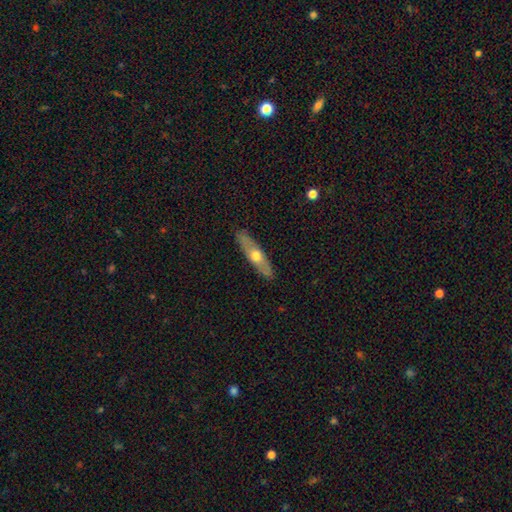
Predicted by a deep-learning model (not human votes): Smooth or featured: featured or disk — 48% (smooth — 47%)
Merging: none — 88% (minor disturbance — 9%)